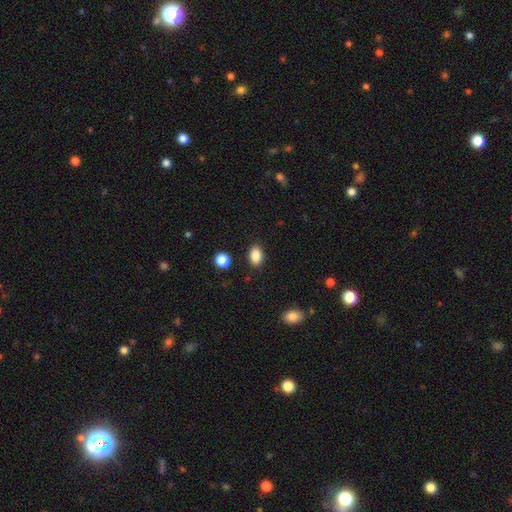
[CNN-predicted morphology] smooth-or-featured: smooth: 87% | star or artifact: 9% | featured or disk: 4%
  how-rounded: in between: 84% | round: 14% | cigar-shaped: 2%
  merging: none: 87% | minor disturbance: 9% | major disturbance: 2% | merger: 2%